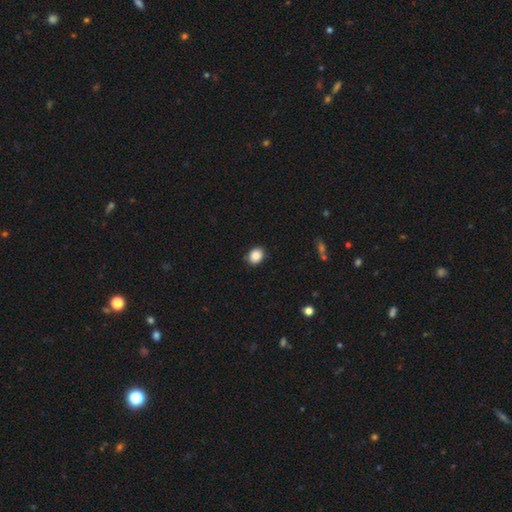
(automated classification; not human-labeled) Smooth or featured: smooth — 88% (star or artifact — 9%)
How rounded: round — 52% (in between — 47%)
Merging: none — 87% (minor disturbance — 10%)